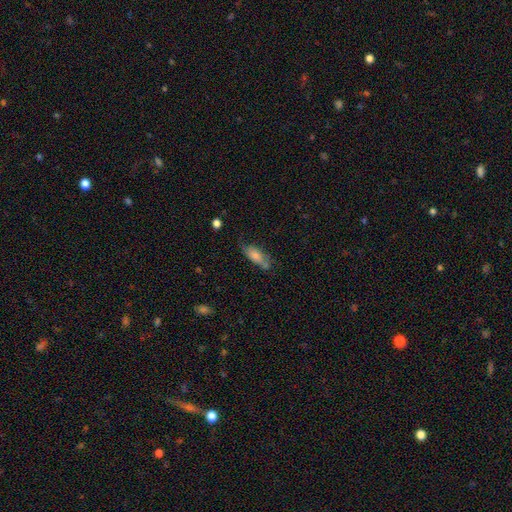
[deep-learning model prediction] A smooth galaxy with no disk features (74%) that is in between round and cigar-shaped (70%).

Vote fractions:
- Smooth or featured? smooth: 74% / featured or disk: 19% / star or artifact: 7%
- How rounded? in between: 70% / cigar-shaped: 28% / round: 3%
- Merging? none: 53% / minor disturbance: 28% / merger: 10% / major disturbance: 9%